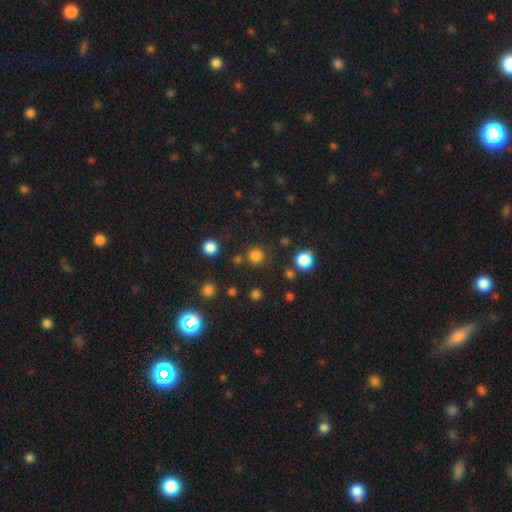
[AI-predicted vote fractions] Smooth or featured: smooth — 81% (star or artifact — 15%)
How rounded: round — 94% (in between — 5%)
Merging: none — 82% (minor disturbance — 9%)